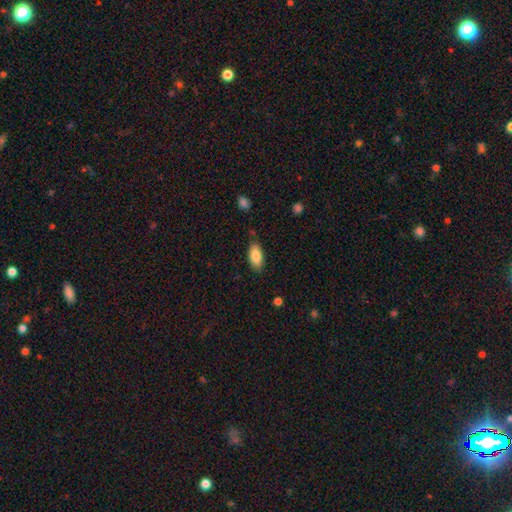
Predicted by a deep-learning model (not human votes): Smooth or featured? smooth (84%)
How rounded? in between (88%)
Merging? none (82%)